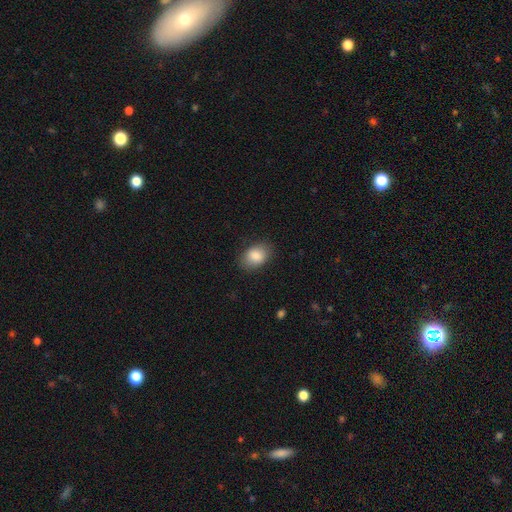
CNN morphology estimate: smooth_or_featured: smooth (p=0.87) [alt: star or artifact p=0.07]
how_rounded: in between (p=0.77) [alt: round p=0.21]
merging: none (p=0.82) [alt: minor disturbance p=0.13]